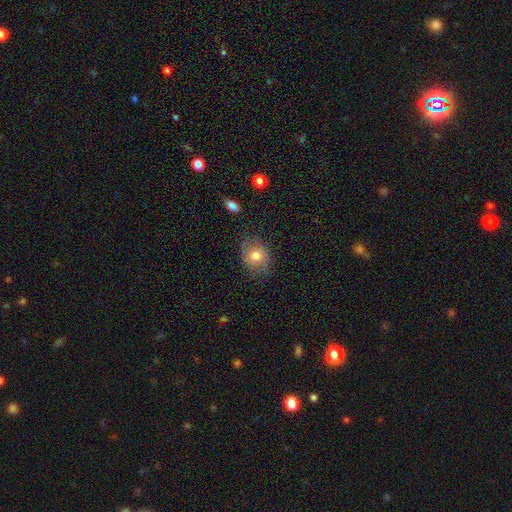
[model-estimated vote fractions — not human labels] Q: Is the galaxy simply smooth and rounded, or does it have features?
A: smooth — 65%.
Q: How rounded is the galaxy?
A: round — 56%.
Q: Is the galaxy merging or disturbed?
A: none — 76%.